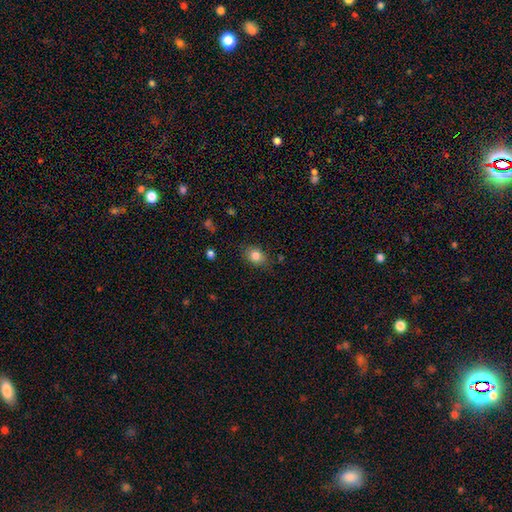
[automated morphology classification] Smooth or featured? Predicted: smooth (p=0.83). How rounded? Predicted: in between (p=0.59). Merging? Predicted: none (p=0.80).